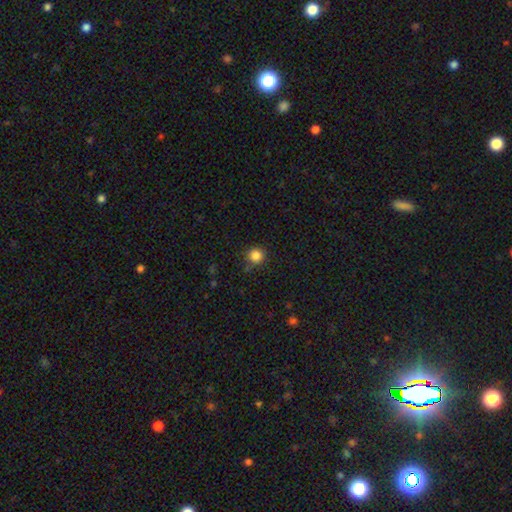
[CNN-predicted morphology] Smooth or featured: smooth — 85% (star or artifact — 11%)
How rounded: round — 94% (in between — 6%)
Merging: none — 84% (minor disturbance — 10%)